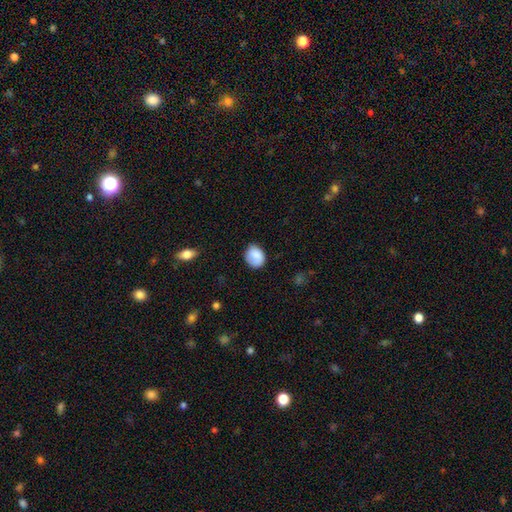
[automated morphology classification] The model was most divided on "how rounded": in between: 51%, round: 48%, cigar-shaped: 1%. More confident: smooth or featured — smooth (85%); merging — none (73%).